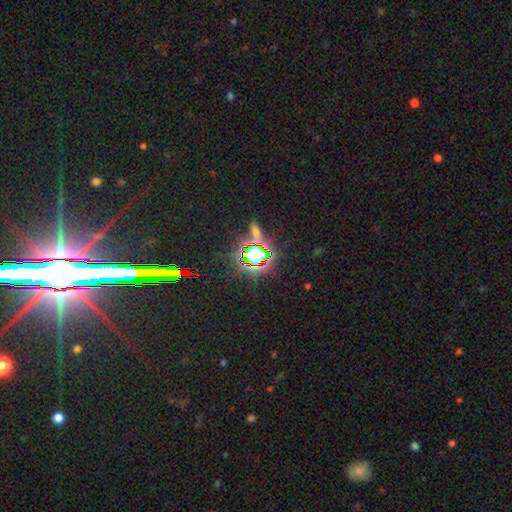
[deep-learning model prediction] This appears to be a star or artifact, not a galaxy (75%).